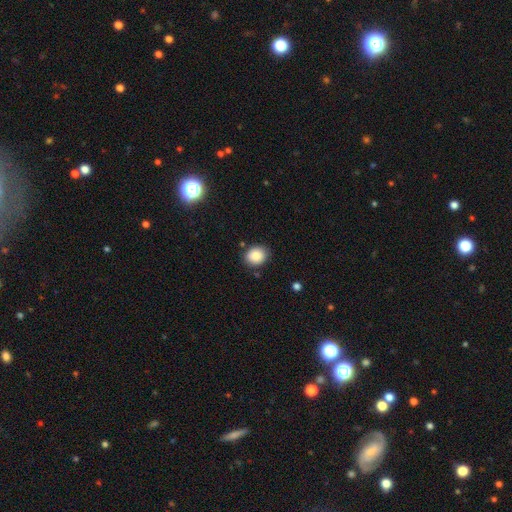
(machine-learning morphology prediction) type=smooth (86%); roundness=round (62%); merging=none (84%).